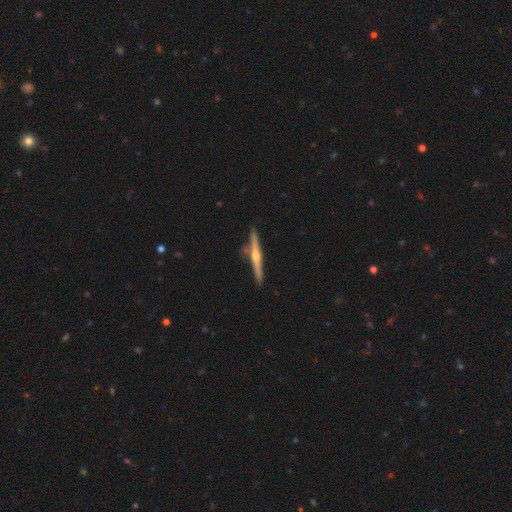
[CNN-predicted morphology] Smooth or featured? Predicted: featured or disk (p=0.79). Edge-on disk? Predicted: yes (p=0.98). Edge-on bulge? Predicted: rounded (p=0.89). Merging? Predicted: none (p=0.85).